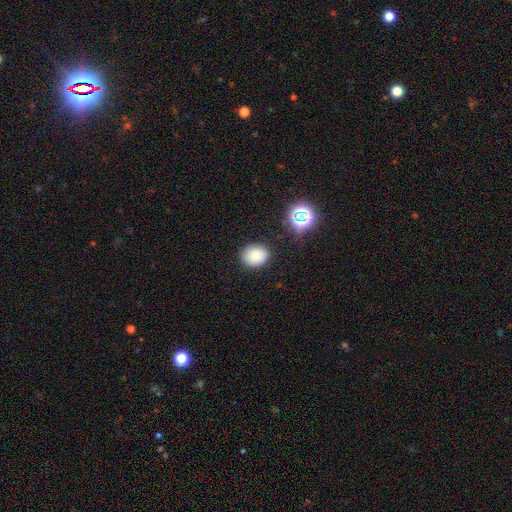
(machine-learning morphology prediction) Smooth or featured? smooth (79%)
How rounded? round (57%)
Merging? none (86%)